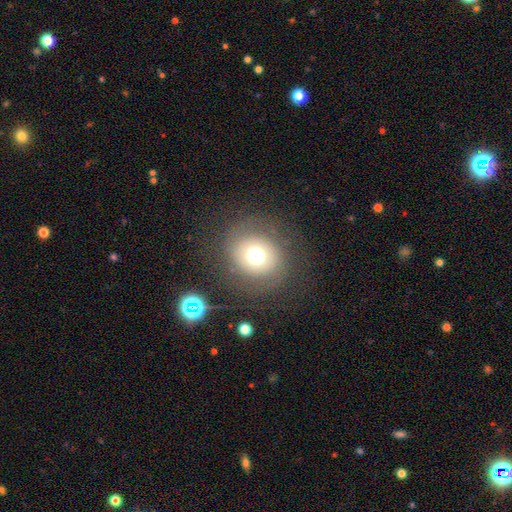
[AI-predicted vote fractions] The model was most divided on "smooth or featured": smooth: 63%, featured or disk: 21%, star or artifact: 16%. More confident: how rounded — round (84%); merging — none (77%).